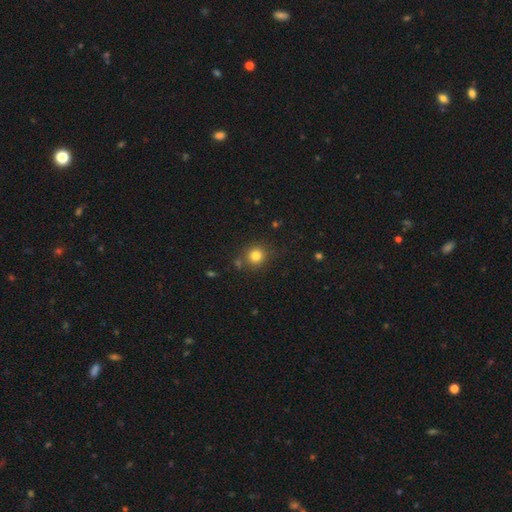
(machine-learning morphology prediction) Overall: smooth (82%). How rounded: round (89%). Merging: none (80%).